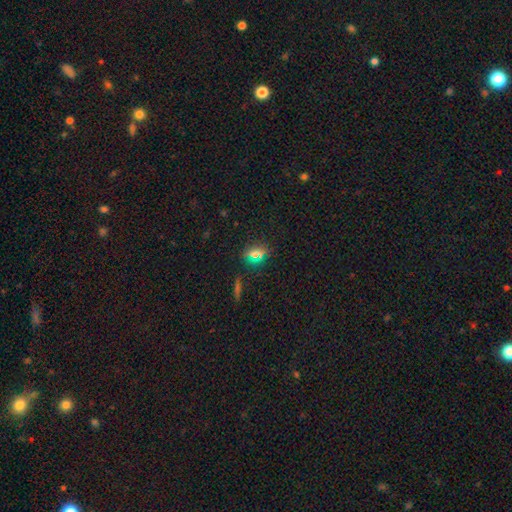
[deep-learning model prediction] This appears to be a smooth galaxy with no disk features (59%) that is round (51%). Merging: none (85%).